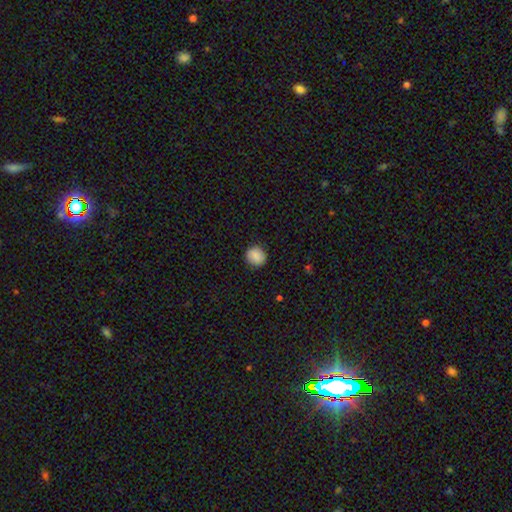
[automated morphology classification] Smooth or featured?
  - smooth: 88% *
  - star or artifact: 8%
  - featured or disk: 4%
How rounded?
  - round: 83% *
  - in between: 16%
  - cigar-shaped: 1%
Merging?
  - none: 89% *
  - minor disturbance: 8%
  - major disturbance: 2%
  - merger: 1%